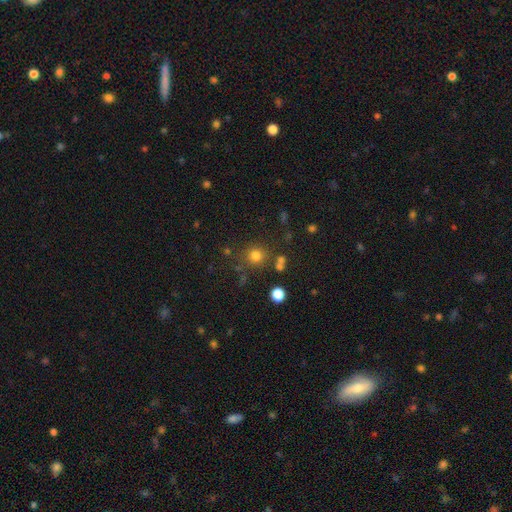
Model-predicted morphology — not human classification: Smooth or featured? Predicted: smooth (p=0.77). How rounded? Predicted: round (p=0.90). Merging? Predicted: none (p=0.78).